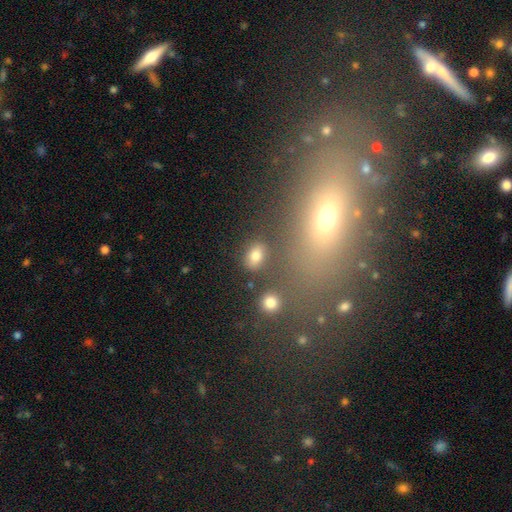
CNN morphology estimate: smooth 78%, star or artifact 14%, featured or disk 9%. Down the decision tree: how rounded — in between (77%); merging — none (81%).